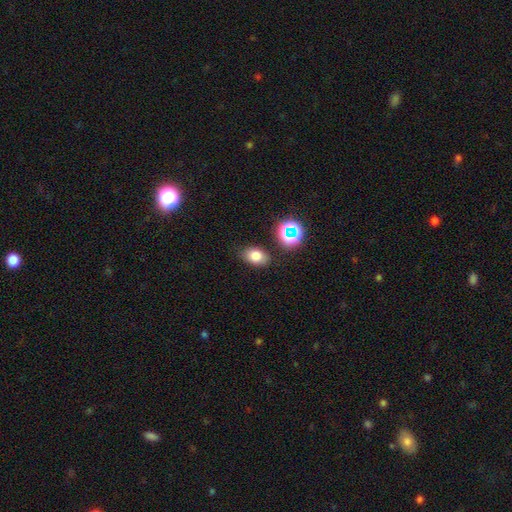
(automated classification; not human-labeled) The model was most divided on "how rounded": in between: 77%, round: 21%, cigar-shaped: 1%. More confident: merging — none (80%); smooth or featured — smooth (76%).